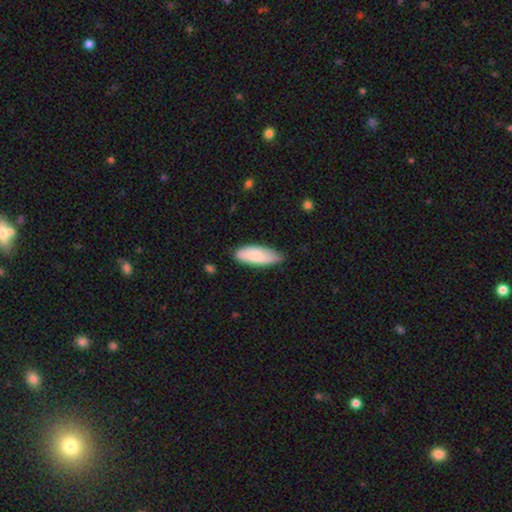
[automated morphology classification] Smooth or featured? smooth (78%)
How rounded? in between (71%)
Merging? none (64%)